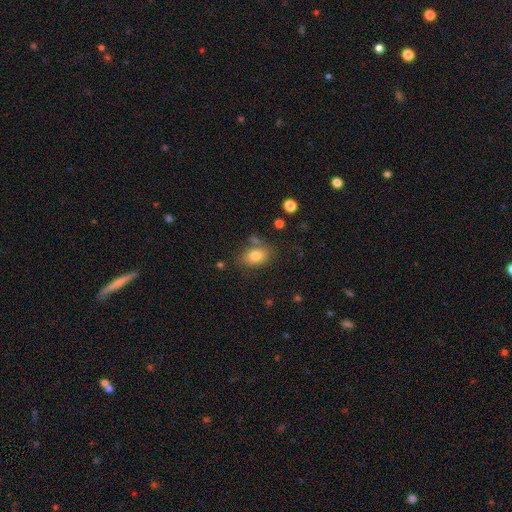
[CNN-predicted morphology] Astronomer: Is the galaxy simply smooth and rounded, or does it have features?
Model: smooth — 81%.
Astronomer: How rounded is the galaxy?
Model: in between — 80%.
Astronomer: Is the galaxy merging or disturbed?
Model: none — 69%.